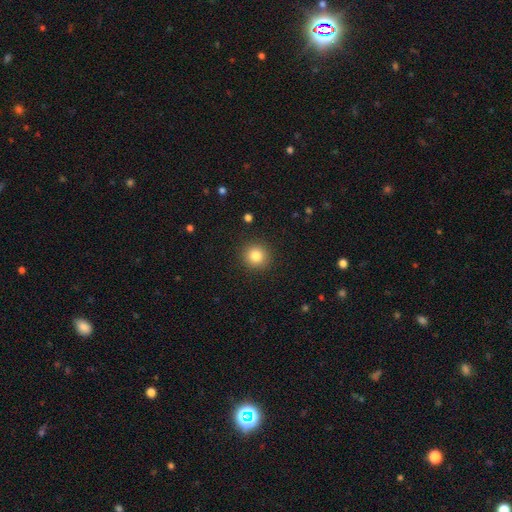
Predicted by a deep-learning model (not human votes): The model was most divided on "smooth or featured": smooth: 83%, star or artifact: 11%, featured or disk: 6%. More confident: how rounded — round (94%); merging — none (91%).